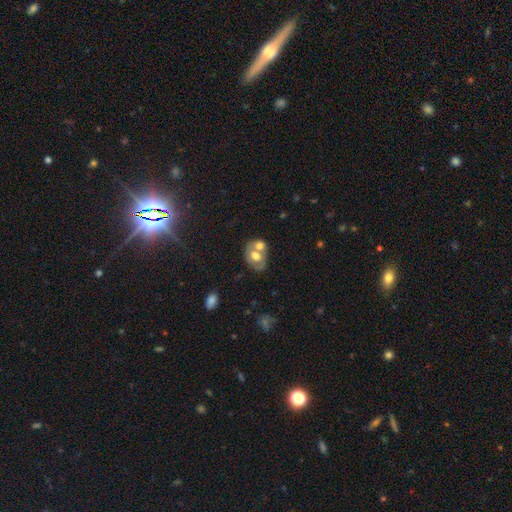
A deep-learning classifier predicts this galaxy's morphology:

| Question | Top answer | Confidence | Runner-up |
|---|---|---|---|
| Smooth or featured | smooth | 55% | featured or disk (37%) |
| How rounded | in between | 74% | round (25%) |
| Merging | merger | 50% | none (33%) |